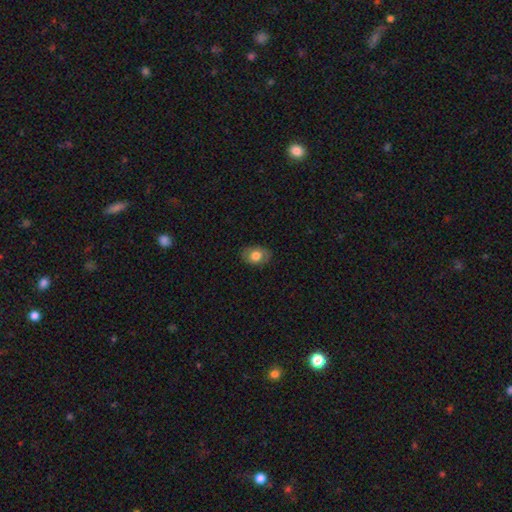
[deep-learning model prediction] Smooth or featured? Predicted: smooth (p=0.73). How rounded? Predicted: in between (p=0.77). Merging? Predicted: none (p=0.82).